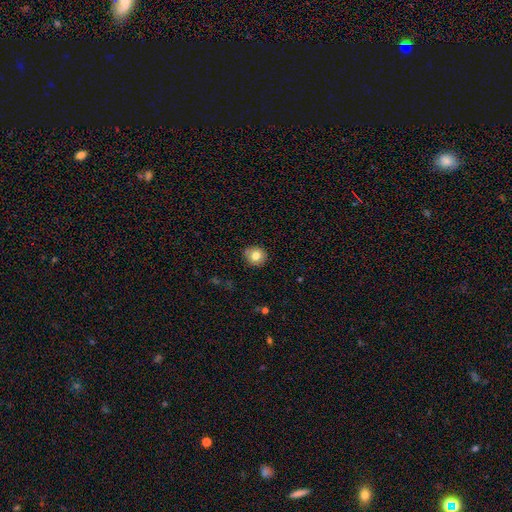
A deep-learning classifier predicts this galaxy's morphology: type=smooth (78%); roundness=round (90%); merging=none (87%).